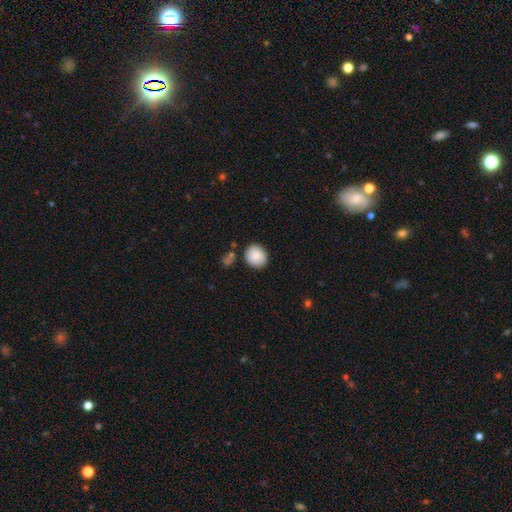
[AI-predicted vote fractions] Smooth or featured: smooth — 87% (star or artifact — 7%)
How rounded: round — 77% (in between — 22%)
Merging: none — 82% (minor disturbance — 11%)